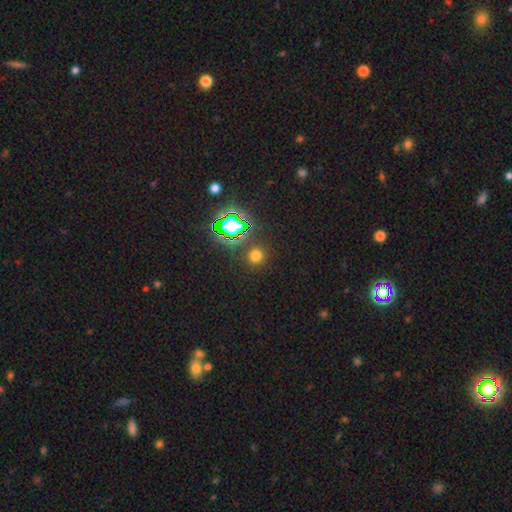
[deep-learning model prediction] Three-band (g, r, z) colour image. It shows a smooth galaxy with no disk features (65%) that is round (93%). Merging: none (88%).